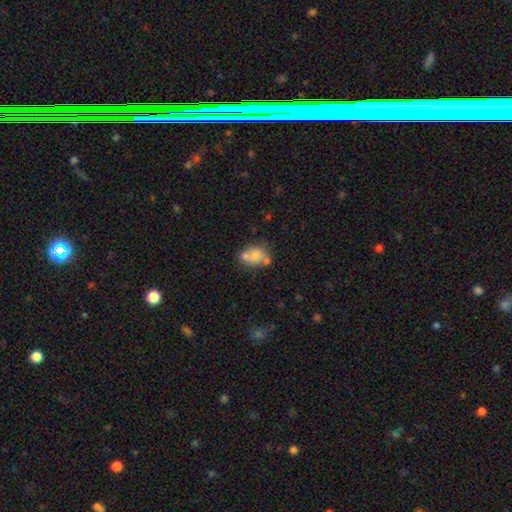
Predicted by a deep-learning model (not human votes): Q: Smooth or featured?
A: smooth (66%); runner-up: featured or disk (23%)
Q: How rounded?
A: in between (63%); runner-up: round (36%)
Q: Merging?
A: none (41%); runner-up: merger (37%)